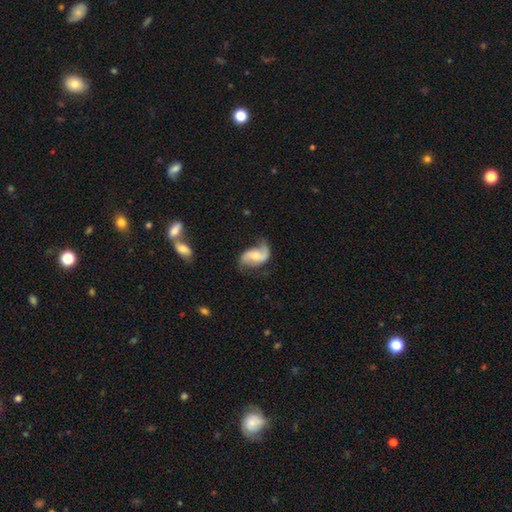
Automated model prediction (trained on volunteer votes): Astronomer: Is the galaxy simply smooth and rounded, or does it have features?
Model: featured or disk — 81%.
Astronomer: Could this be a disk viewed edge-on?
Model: no — 97%.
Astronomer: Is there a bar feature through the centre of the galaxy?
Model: no — 49% (runner-up: weak, 35%).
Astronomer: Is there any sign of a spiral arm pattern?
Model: yes — 94%.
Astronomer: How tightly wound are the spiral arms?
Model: loose — 68%.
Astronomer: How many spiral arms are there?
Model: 2 — 91%.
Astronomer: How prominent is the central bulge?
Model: moderate — 63%.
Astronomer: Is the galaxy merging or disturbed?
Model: none — 70%.